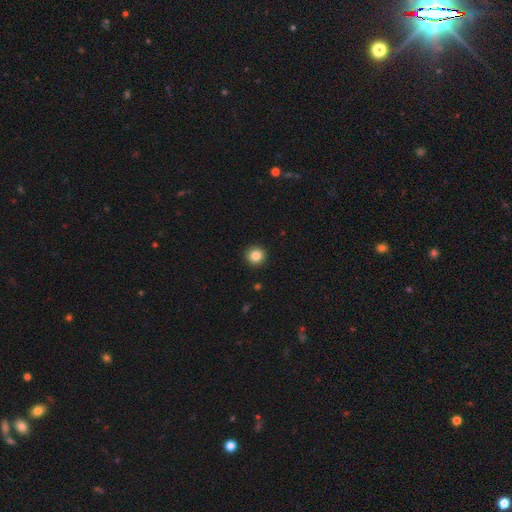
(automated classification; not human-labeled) Smooth or featured?
  - smooth: 85% *
  - star or artifact: 10%
  - featured or disk: 4%
How rounded?
  - round: 95% *
  - in between: 4%
  - cigar-shaped: 1%
Merging?
  - none: 93% *
  - minor disturbance: 4%
  - major disturbance: 2%
  - merger: 1%